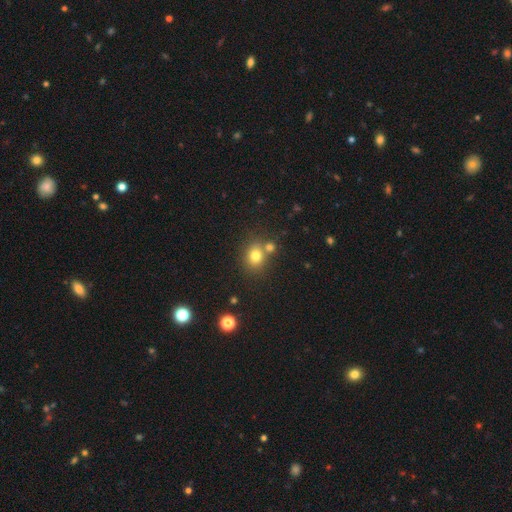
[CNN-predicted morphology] Smooth or featured: smooth — 77% (star or artifact — 13%)
How rounded: round — 63% (in between — 36%)
Merging: none — 61% (merger — 25%)